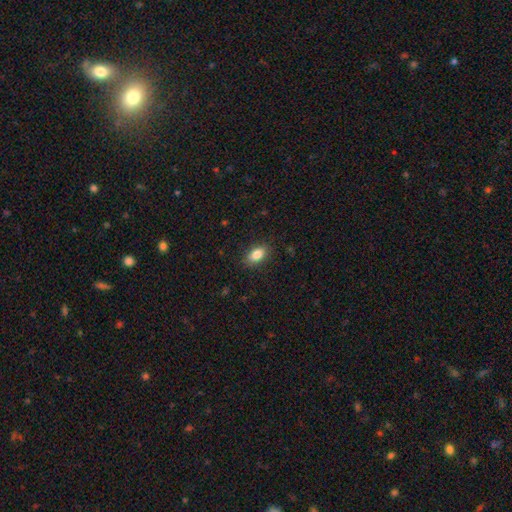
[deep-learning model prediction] This is clearly a smooth galaxy (84%). How rounded: clearly in between (88%). Merging: clearly none (87%).